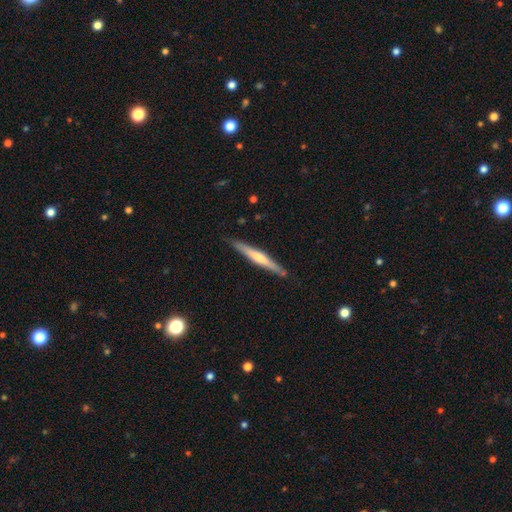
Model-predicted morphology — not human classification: Smooth or featured: featured or disk — 56% (smooth — 39%)
Edge-on disk: yes — 97% (no — 3%)
Edge-on bulge: rounded — 53% (none — 34%)
Merging: none — 88% (minor disturbance — 9%)